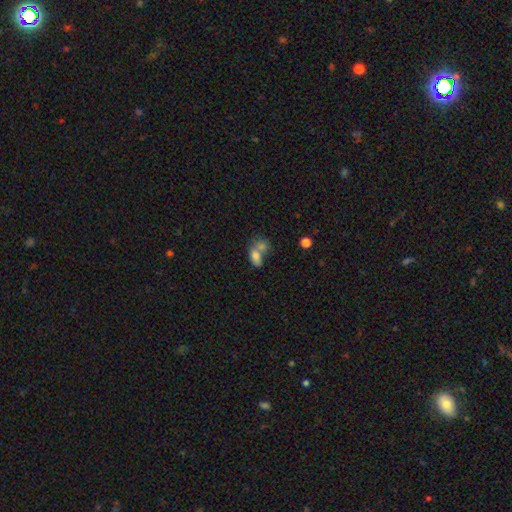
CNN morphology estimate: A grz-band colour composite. It shows a smooth galaxy with no disk features (76%) that is in between round and cigar-shaped (83%). Merging: merger (63%).